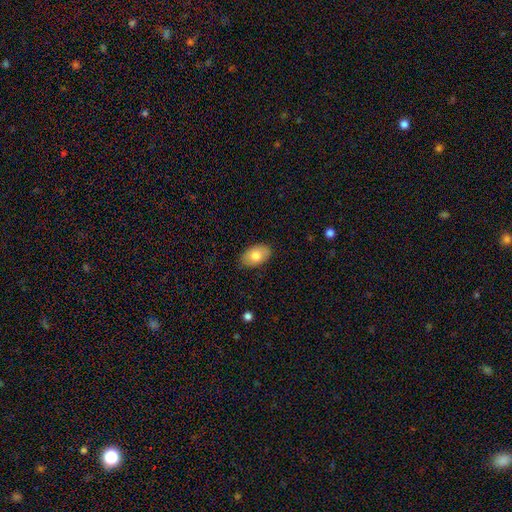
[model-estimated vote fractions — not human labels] Smooth or featured? Predicted: smooth (p=0.77). How rounded? Predicted: in between (p=0.92). Merging? Predicted: none (p=0.84).